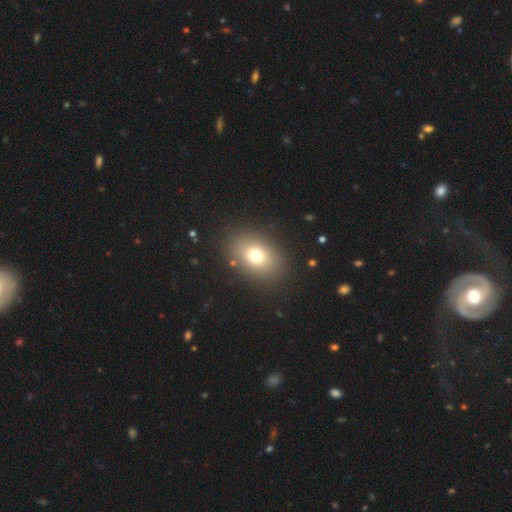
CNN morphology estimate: A smooth galaxy with no disk features (74%) that is in between round and cigar-shaped (68%).

Vote fractions:
- Smooth or featured? smooth: 74% / star or artifact: 13% / featured or disk: 13%
- How rounded? in between: 68% / round: 31% / cigar-shaped: 1%
- Merging? none: 87% / minor disturbance: 8% / major disturbance: 4% / merger: 2%